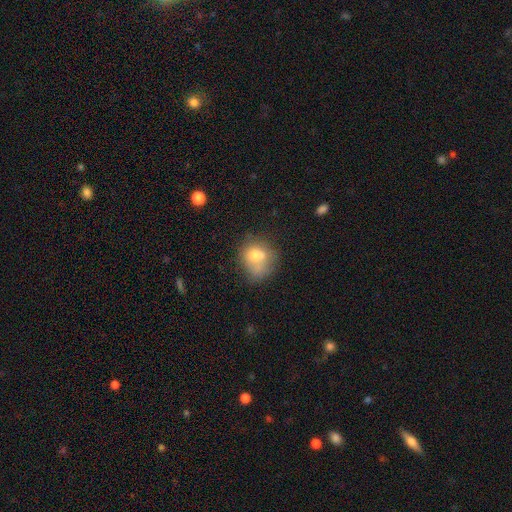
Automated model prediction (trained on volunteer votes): smooth-or-featured: smooth: 69% | featured or disk: 20% | star or artifact: 10%
  how-rounded: round: 64% | in between: 35% | cigar-shaped: 1%
  merging: merger: 36% | none: 32% | minor disturbance: 20% | major disturbance: 12%